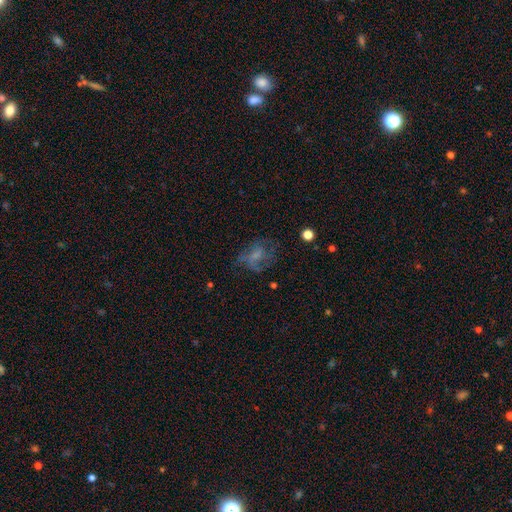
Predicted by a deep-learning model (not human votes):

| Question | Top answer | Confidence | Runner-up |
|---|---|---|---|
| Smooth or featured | featured or disk | 47% | smooth (39%) |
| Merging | none | 47% | major disturbance (29%) |